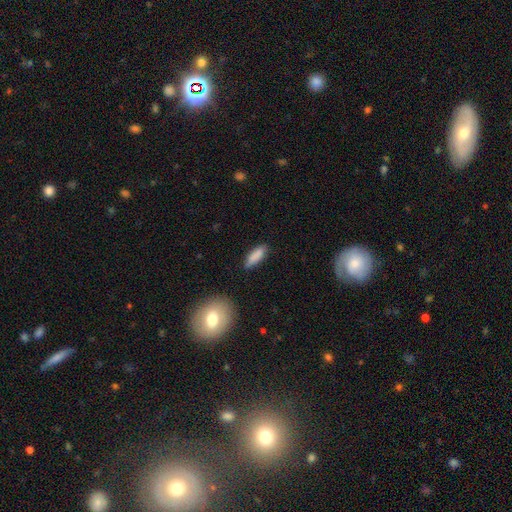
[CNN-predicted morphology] Smooth or featured? Predicted: smooth (p=0.85). How rounded? Predicted: cigar-shaped (p=0.51). Merging? Predicted: none (p=0.79).